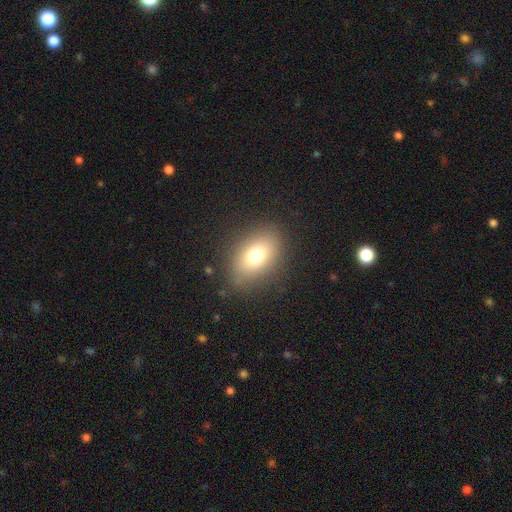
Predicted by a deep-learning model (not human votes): Morphology: type=smooth (74%); roundness=in between (75%); merging=none (83%).